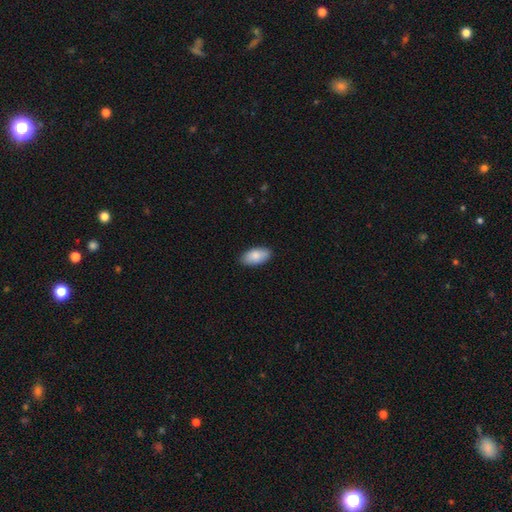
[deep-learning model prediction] smooth-or-featured: smooth: 86% | featured or disk: 8% | star or artifact: 6%
  how-rounded: in between: 94% | cigar-shaped: 4% | round: 2%
  merging: none: 88% | minor disturbance: 9% | major disturbance: 2% | merger: 1%